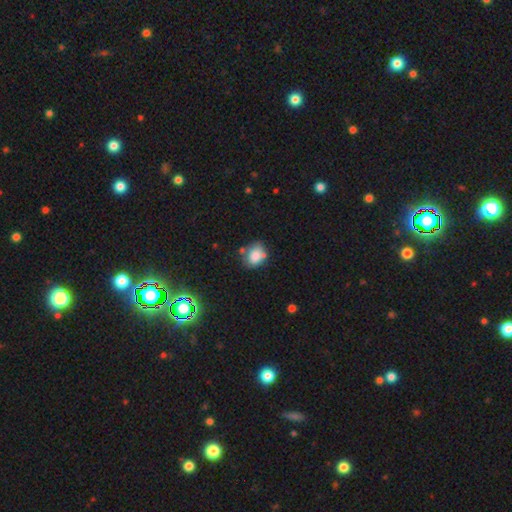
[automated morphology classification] type=smooth (77%); roundness=in between (56%); merging=none (56%).